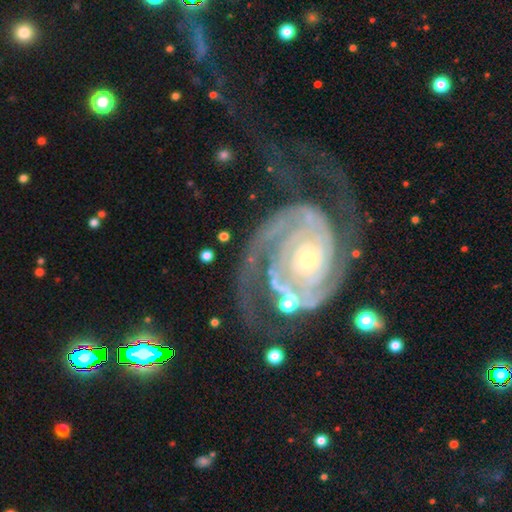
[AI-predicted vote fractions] This is clearly a featured or disk galaxy (91%). It is clearly not viewed edge-on (98%). Bar: likely no (73%). Spiral arm pattern: clearly yes (98%). Spiral arm count: possibly 2 (60%). Spiral winding: likely tight (64%). Central bulge: likely small (75%). Merging: marginally none (41%).